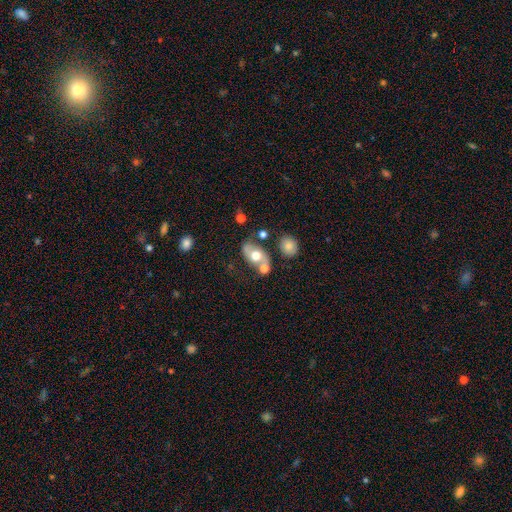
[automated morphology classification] Smooth or featured?
  - featured or disk: 50% *
  - smooth: 42%
  - star or artifact: 8%
Merging?
  - none: 53% *
  - merger: 22%
  - minor disturbance: 18%
  - major disturbance: 8%